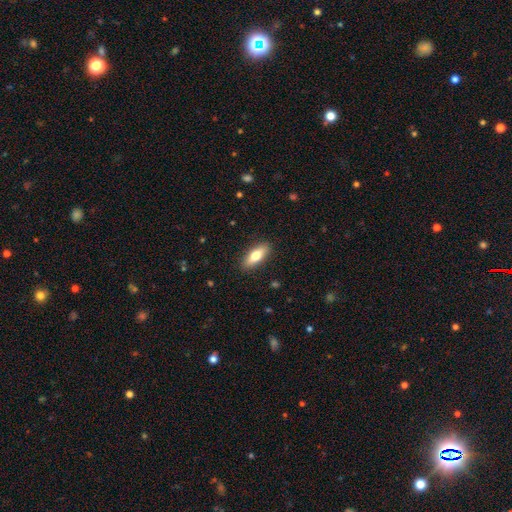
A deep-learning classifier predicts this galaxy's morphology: A smooth galaxy with no disk features (72%) that is in between round and cigar-shaped (67%).

Vote fractions:
- Smooth or featured? smooth: 72% / featured or disk: 21% / star or artifact: 6%
- How rounded? in between: 67% / cigar-shaped: 30% / round: 3%
- Merging? none: 89% / minor disturbance: 8% / major disturbance: 2% / merger: 1%